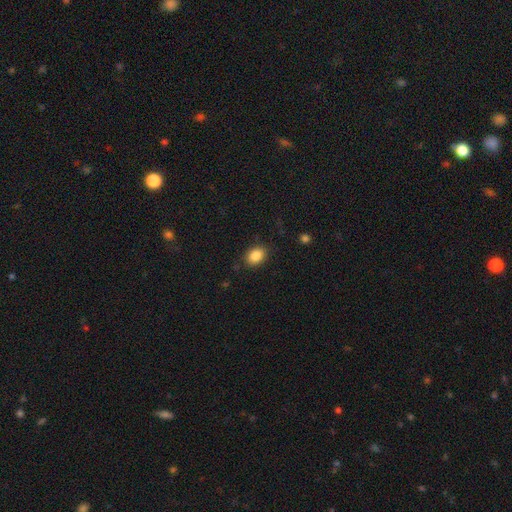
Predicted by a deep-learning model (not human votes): Smooth or featured?
  - smooth: 87% *
  - star or artifact: 9%
  - featured or disk: 5%
How rounded?
  - in between: 73% *
  - round: 26%
  - cigar-shaped: 1%
Merging?
  - none: 85% *
  - minor disturbance: 11%
  - major disturbance: 3%
  - merger: 1%